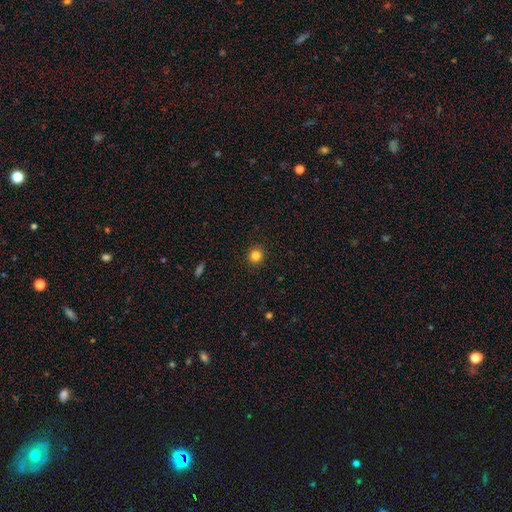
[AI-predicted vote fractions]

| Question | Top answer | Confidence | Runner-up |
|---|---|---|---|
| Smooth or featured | smooth | 83% | star or artifact (12%) |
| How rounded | round | 94% | in between (5%) |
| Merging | none | 93% | minor disturbance (5%) |